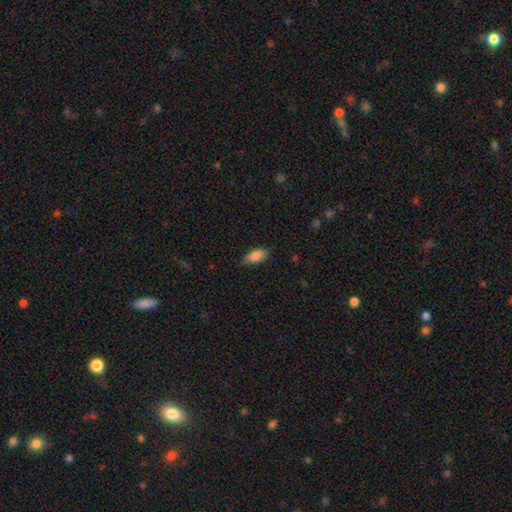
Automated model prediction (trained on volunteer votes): This is clearly a smooth galaxy (85%). How rounded: clearly in between (89%). Merging: likely none (68%).